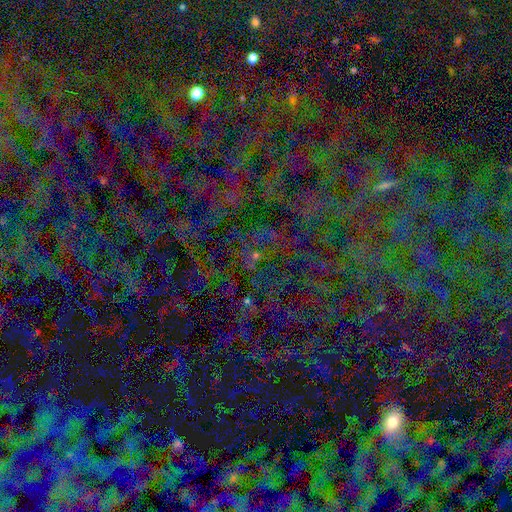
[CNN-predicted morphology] This is likely a star or artifact rather than a galaxy (75%).